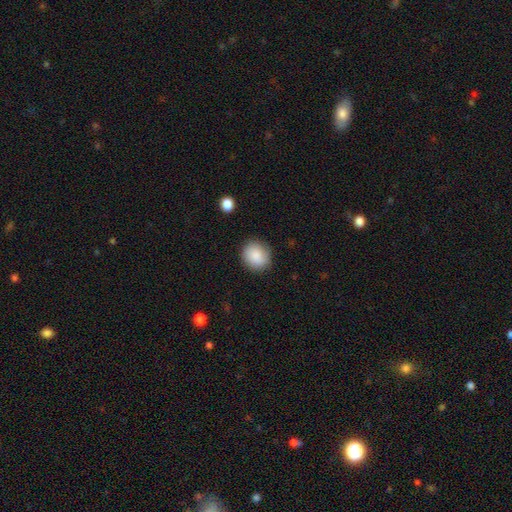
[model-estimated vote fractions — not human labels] Smooth or featured: smooth — 88% (star or artifact — 7%)
How rounded: round — 82% (in between — 17%)
Merging: none — 87% (minor disturbance — 9%)